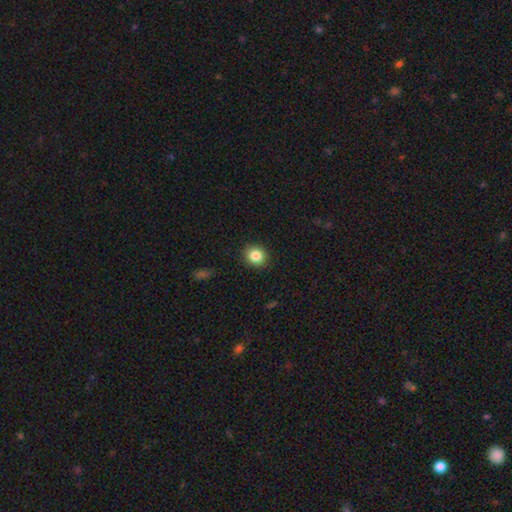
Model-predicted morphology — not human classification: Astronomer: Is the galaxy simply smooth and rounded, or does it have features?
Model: smooth — 85%.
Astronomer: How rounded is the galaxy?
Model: round — 82%.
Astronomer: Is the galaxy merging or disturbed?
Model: none — 90%.